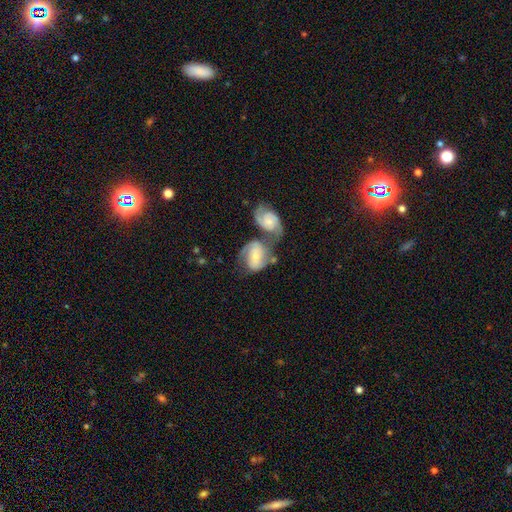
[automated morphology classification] This appears to be a featured or disk galaxy (68%) with no bar (48%), 2 (79%) medium (49%) spiral arms (91%) and a small central bulge (56%). Merging: merger (61%).